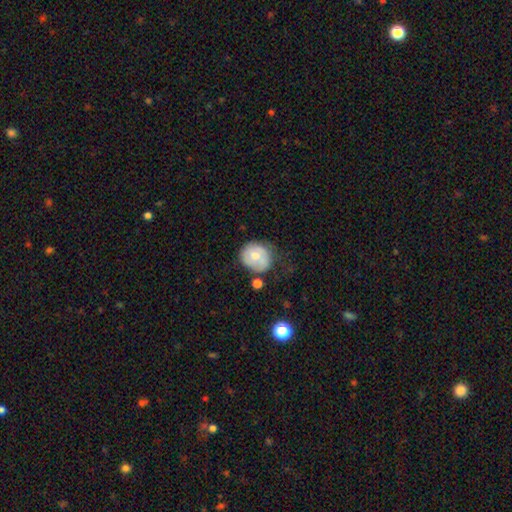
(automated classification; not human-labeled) Overall: smooth (60%; featured or disk 33%). How rounded: round (74%). Merging: none (52%; minor disturbance 30%).